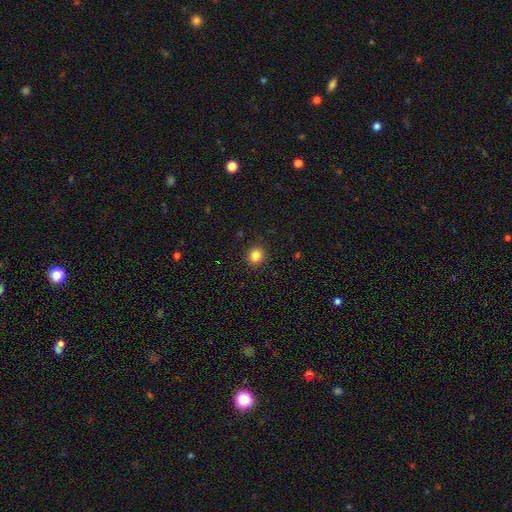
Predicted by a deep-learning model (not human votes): smooth_or_featured: smooth (p=0.84) [alt: star or artifact p=0.12]
how_rounded: round (p=0.85) [alt: in between p=0.14]
merging: none (p=0.91) [alt: minor disturbance p=0.06]